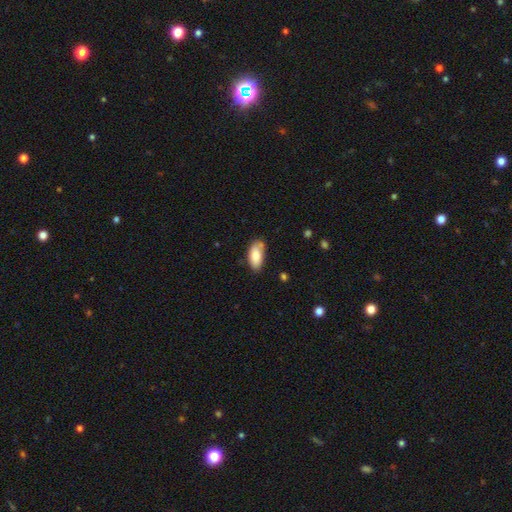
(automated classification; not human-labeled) smooth 81%, featured or disk 12%, star or artifact 7%. Down the decision tree: how rounded — in between (89%); merging — none (67%).